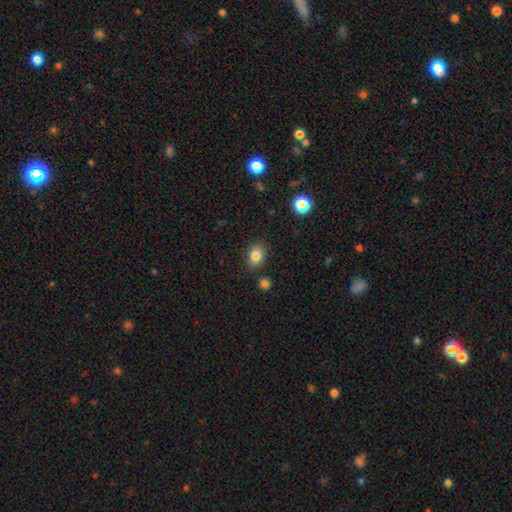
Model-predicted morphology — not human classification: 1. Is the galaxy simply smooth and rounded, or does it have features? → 83% smooth, 10% star or artifact, 7% featured or disk.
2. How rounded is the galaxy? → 67% in between, 32% round, 1% cigar-shaped.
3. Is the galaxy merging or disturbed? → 84% none, 10% minor disturbance, 3% merger, 3% major disturbance.